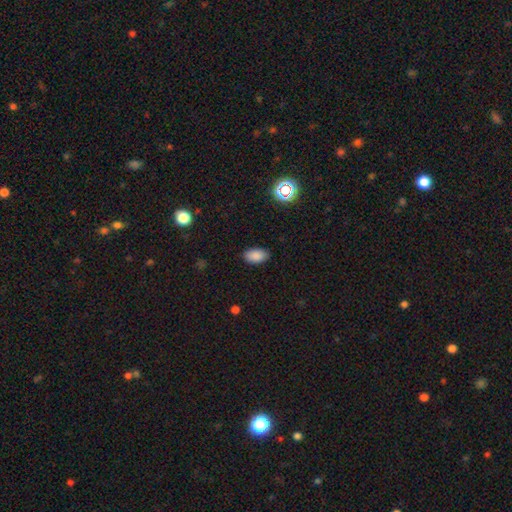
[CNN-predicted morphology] This appears to be a smooth galaxy with no disk features (86%) that is in between round and cigar-shaped (93%). Merging: none (87%).